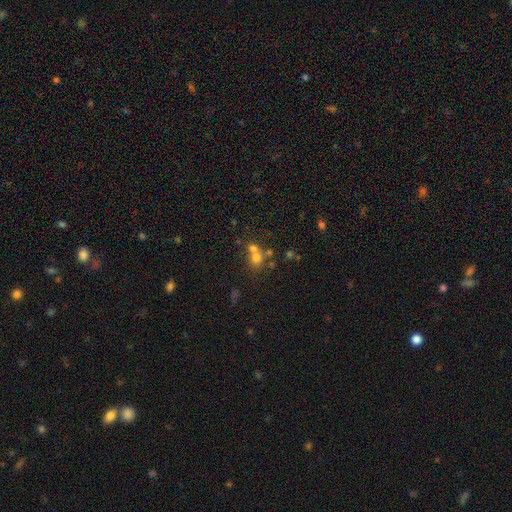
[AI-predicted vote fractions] Smooth or featured: smooth — 63% (star or artifact — 20%)
How rounded: round — 77% (in between — 21%)
Merging: merger — 53% (none — 36%)